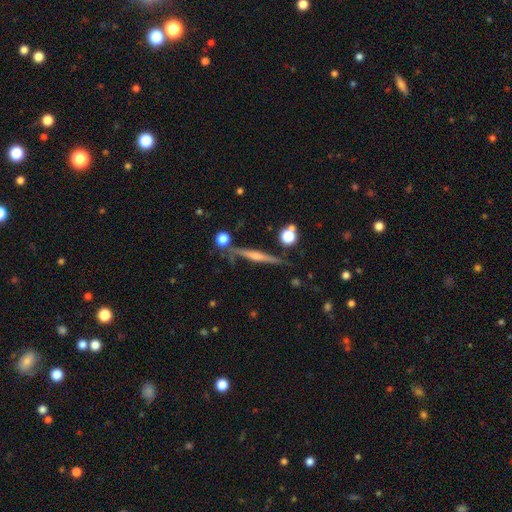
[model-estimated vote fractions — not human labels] A featured or disk galaxy (71%) viewed edge-on (93%) with a rounded central bulge (79%).

Vote fractions:
- Smooth or featured? featured or disk: 71% / smooth: 17% / star or artifact: 12%
- Edge-on disk? yes: 93% / no: 7%
- Edge-on bulge? rounded: 79% / none: 12% / boxy: 9%
- Merging? none: 76% / minor disturbance: 12% / merger: 7% / major disturbance: 5%